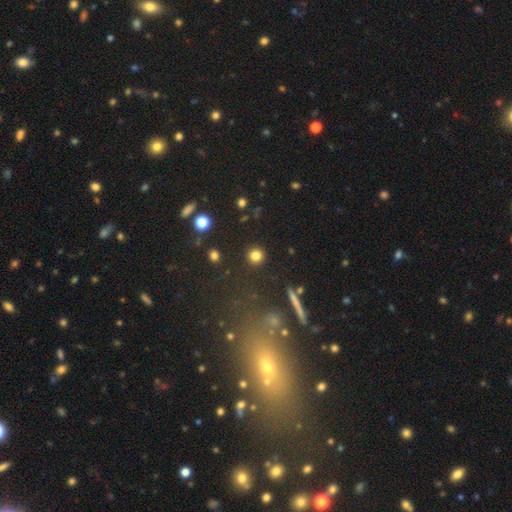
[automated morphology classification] Smooth or featured? smooth (82%)
How rounded? round (94%)
Merging? none (91%)